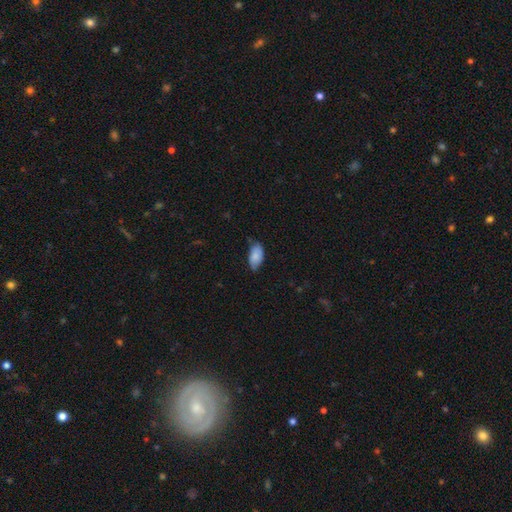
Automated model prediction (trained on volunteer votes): The model was most divided on "merging": none: 64%, minor disturbance: 30%, major disturbance: 4%, merger: 2%. More confident: how rounded — in between (94%); smooth or featured — smooth (80%).